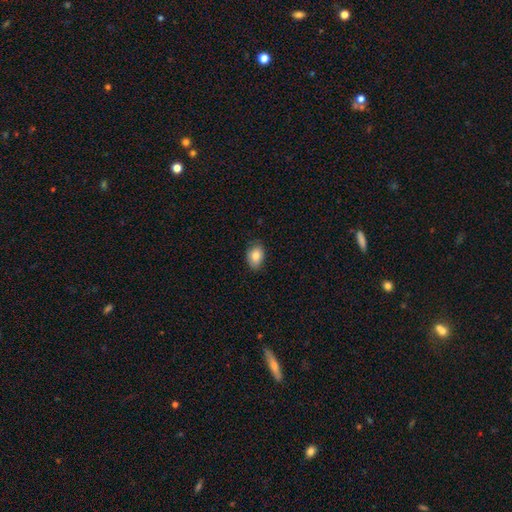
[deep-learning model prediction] Smooth or featured? Predicted: smooth (p=0.82). How rounded? Predicted: in between (p=0.79). Merging? Predicted: none (p=0.79).